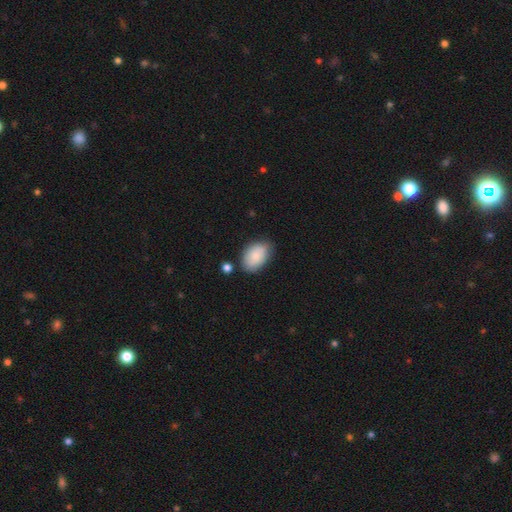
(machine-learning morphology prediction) Smooth or featured? smooth (85%)
How rounded? in between (89%)
Merging? none (71%)